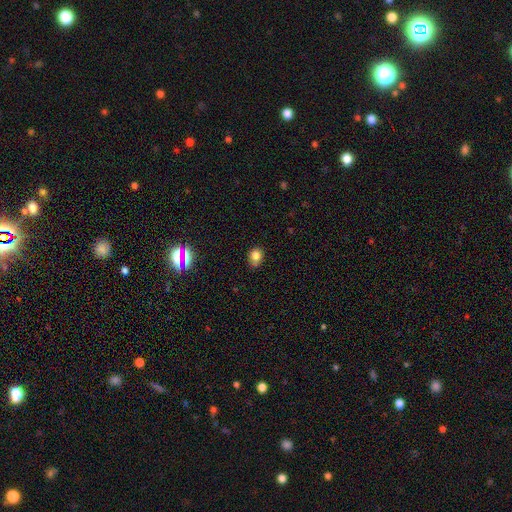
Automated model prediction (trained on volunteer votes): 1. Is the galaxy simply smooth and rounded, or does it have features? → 77% smooth, 15% star or artifact, 8% featured or disk.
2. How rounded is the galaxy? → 54% round, 45% in between, 1% cigar-shaped.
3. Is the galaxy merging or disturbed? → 69% none, 24% minor disturbance, 5% major disturbance, 3% merger.